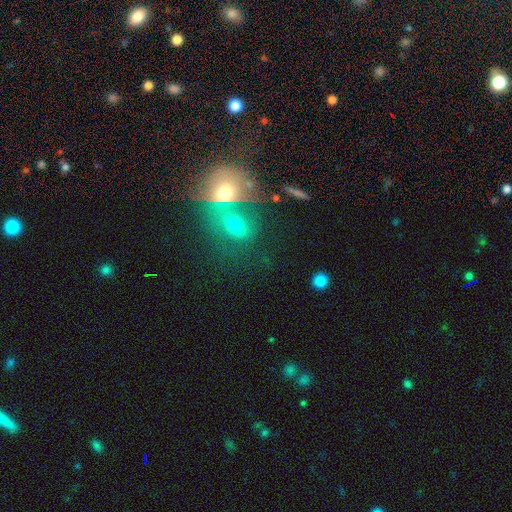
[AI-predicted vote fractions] Morphology: type=smooth (49%); merging=merger (59%).